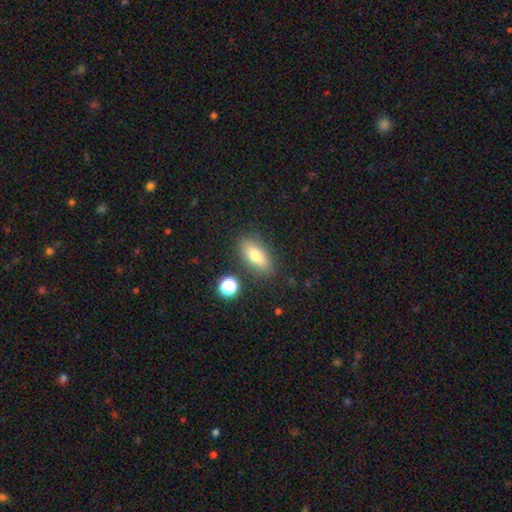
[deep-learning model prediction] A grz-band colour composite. It shows a smooth galaxy with no disk features (70%) that is in between round and cigar-shaped (76%). Merging: none (82%).